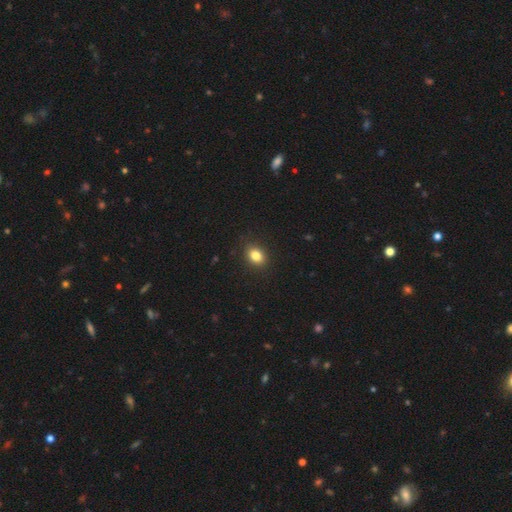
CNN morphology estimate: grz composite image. It shows a smooth galaxy with no disk features (83%) that is in between round and cigar-shaped (69%). Merging: none (88%).